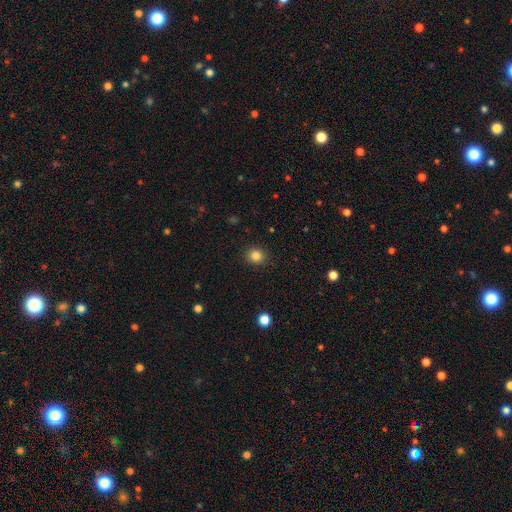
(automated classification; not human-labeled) Smooth or featured?
  - smooth: 84% *
  - star or artifact: 12%
  - featured or disk: 5%
How rounded?
  - round: 84% *
  - in between: 15%
  - cigar-shaped: 1%
Merging?
  - none: 90% *
  - minor disturbance: 7%
  - major disturbance: 2%
  - merger: 1%